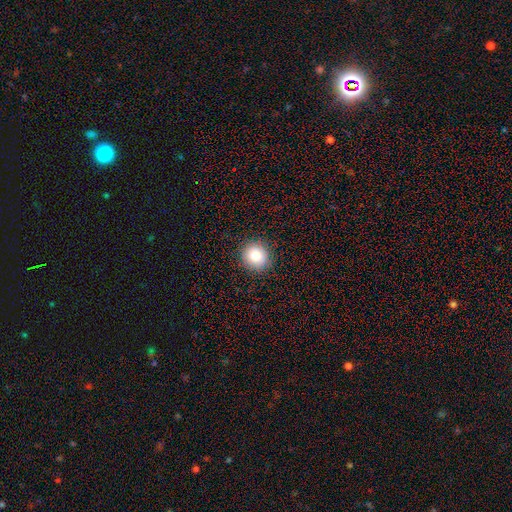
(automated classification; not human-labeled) A smooth galaxy with no disk features (85%) that is round (89%). Merging: none (90%).